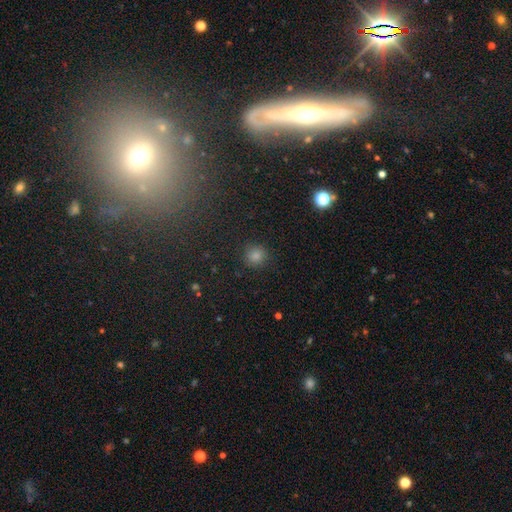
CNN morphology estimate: smooth_or_featured: smooth (p=0.81) [alt: star or artifact p=0.14]
how_rounded: round (p=0.92) [alt: in between p=0.07]
merging: none (p=0.88) [alt: minor disturbance p=0.07]